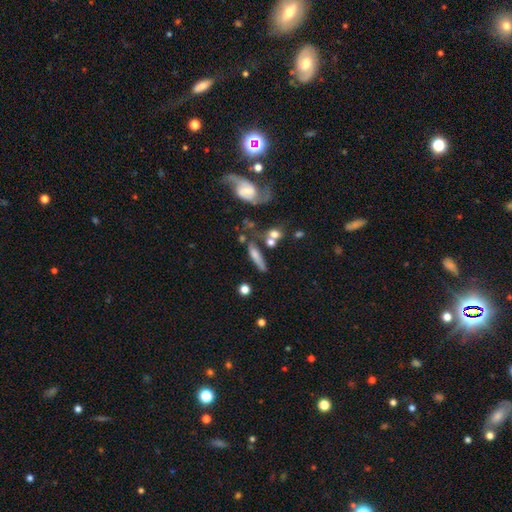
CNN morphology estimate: smooth_or_featured: smooth (p=0.56) [alt: featured or disk p=0.34]
how_rounded: cigar-shaped (p=0.72) [alt: in between p=0.22]
merging: none (p=0.47) [alt: merger p=0.20]